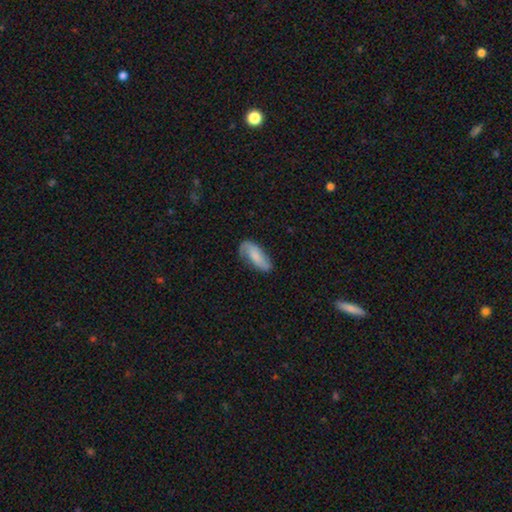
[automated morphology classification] type=smooth (51%); roundness=in between (79%); merging=none (67%).